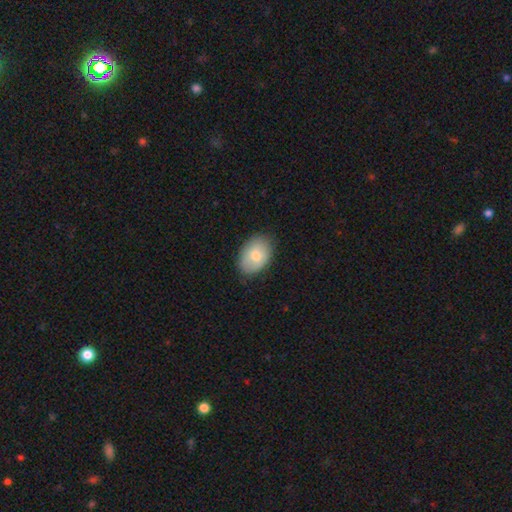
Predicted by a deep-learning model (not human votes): A smooth galaxy with no disk features (74%) that is in between round and cigar-shaped (81%). Merging: none (82%).